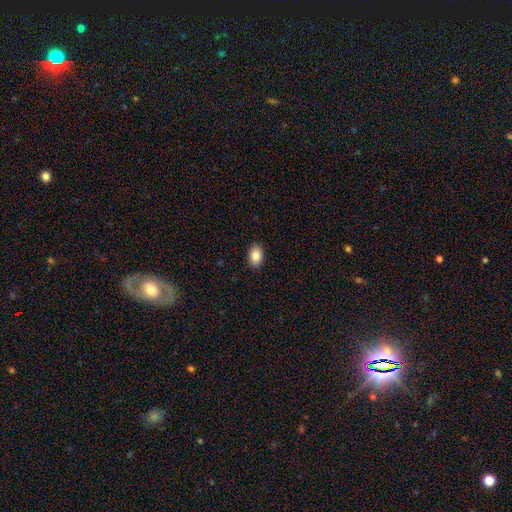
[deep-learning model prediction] Smooth or featured? Predicted: smooth (p=0.85). How rounded? Predicted: in between (p=0.86). Merging? Predicted: none (p=0.90).